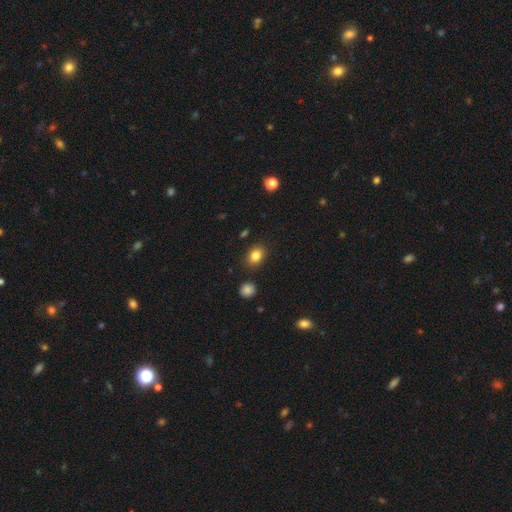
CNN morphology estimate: A smooth galaxy with no disk features (84%) that is in between round and cigar-shaped (57%). Merging: none (87%).